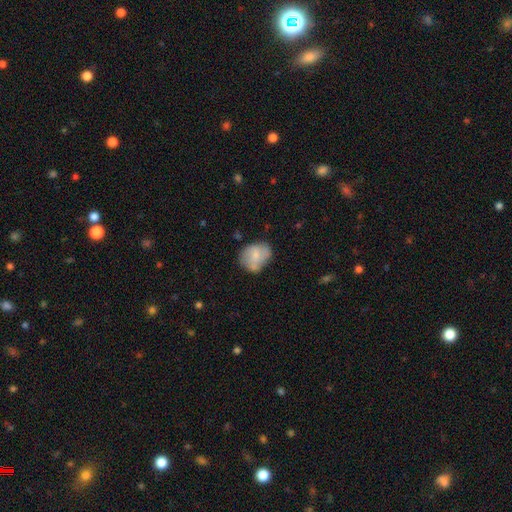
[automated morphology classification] Smooth or featured? smooth (66%)
How rounded? in between (53%)
Merging? none (50%)